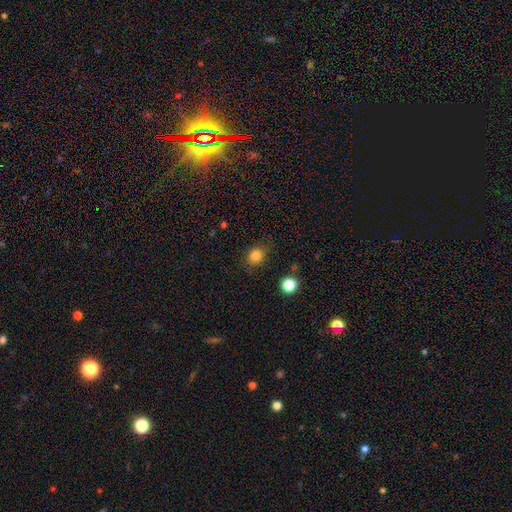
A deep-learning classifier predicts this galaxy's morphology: type=smooth (83%); roundness=round (67%); merging=none (80%).